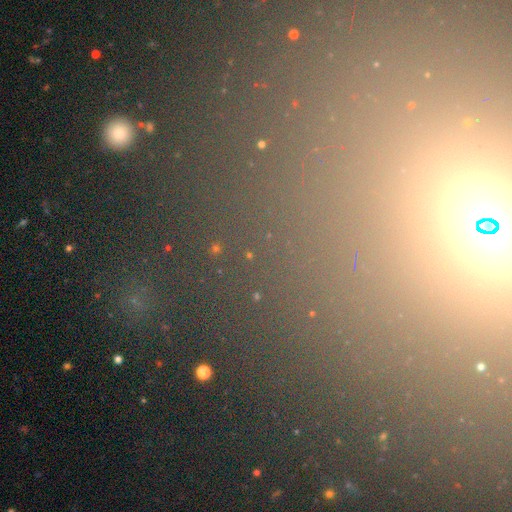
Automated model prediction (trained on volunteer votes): This is likely a star or artifact rather than a galaxy (69%).